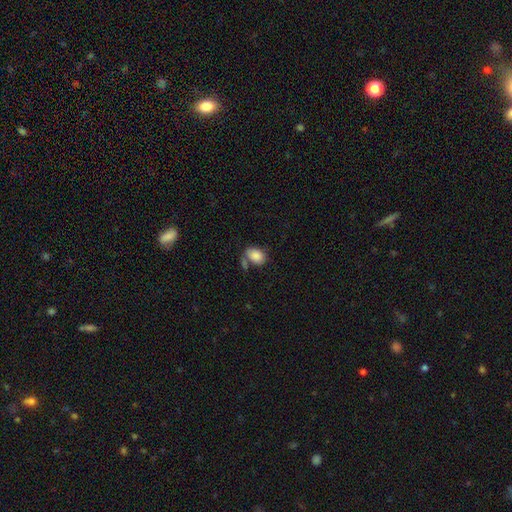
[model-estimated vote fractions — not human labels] Smooth or featured: smooth — 85% (star or artifact — 8%)
How rounded: in between — 78% (round — 21%)
Merging: none — 51% (merger — 22%)